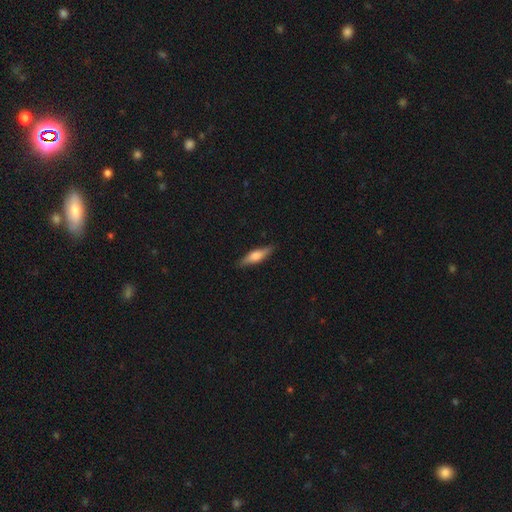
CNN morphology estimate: A smooth galaxy with no disk features (55%) that is cigar-shaped (64%).

Vote fractions:
- Smooth or featured? smooth: 55% / featured or disk: 39% / star or artifact: 6%
- How rounded? cigar-shaped: 64% / in between: 33% / round: 2%
- Merging? none: 87% / minor disturbance: 10% / major disturbance: 2% / merger: 1%